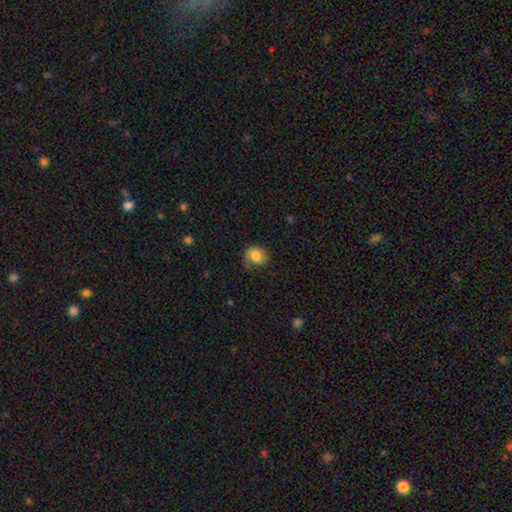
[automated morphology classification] type=smooth (69%); roundness=round (65%); merging=none (51%).